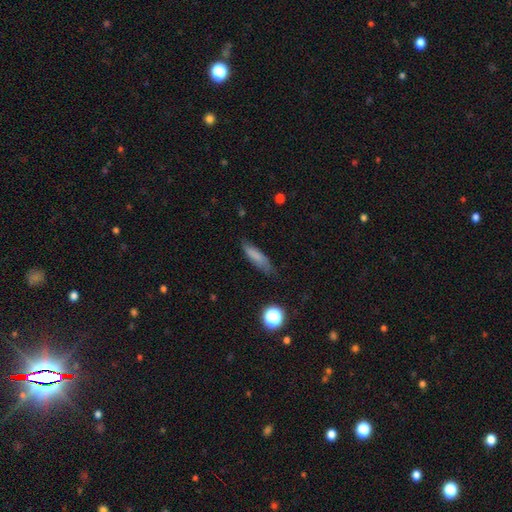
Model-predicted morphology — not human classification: This is likely a smooth galaxy (77%). How rounded: likely cigar-shaped (63%). Merging: likely none (69%).